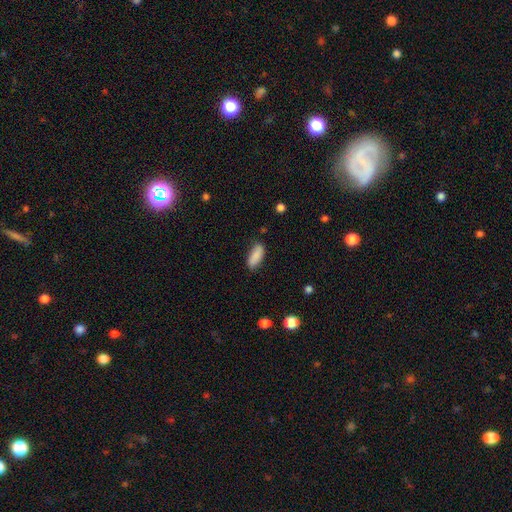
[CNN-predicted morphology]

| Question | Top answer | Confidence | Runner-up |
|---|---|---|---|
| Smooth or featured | smooth | 88% | star or artifact (7%) |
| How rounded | in between | 75% | cigar-shaped (23%) |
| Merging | none | 80% | minor disturbance (16%) |